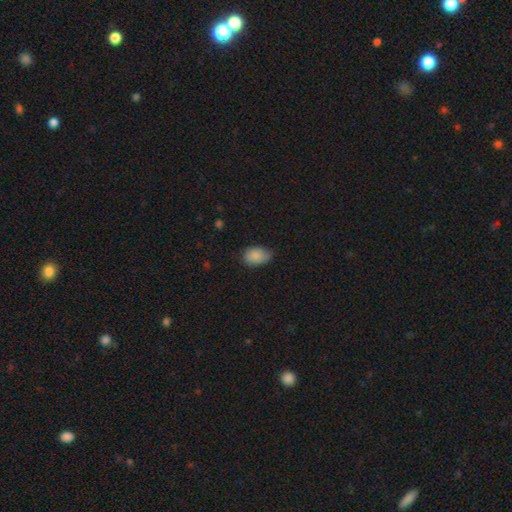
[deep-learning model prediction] Smooth or featured: smooth — 87% (star or artifact — 8%)
How rounded: in between — 86% (round — 13%)
Merging: none — 61% (minor disturbance — 33%)